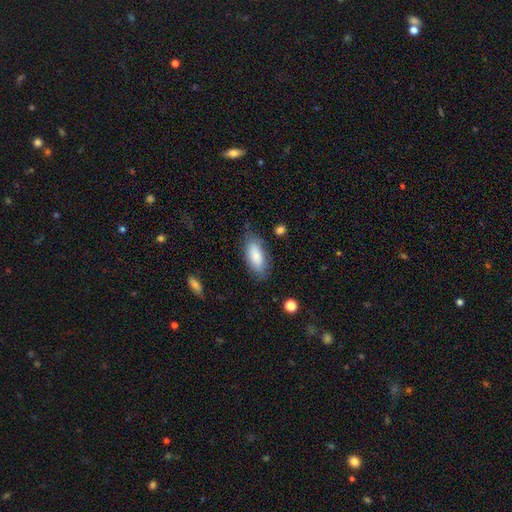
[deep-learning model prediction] Smooth or featured? smooth (84%)
How rounded? in between (85%)
Merging? none (75%)